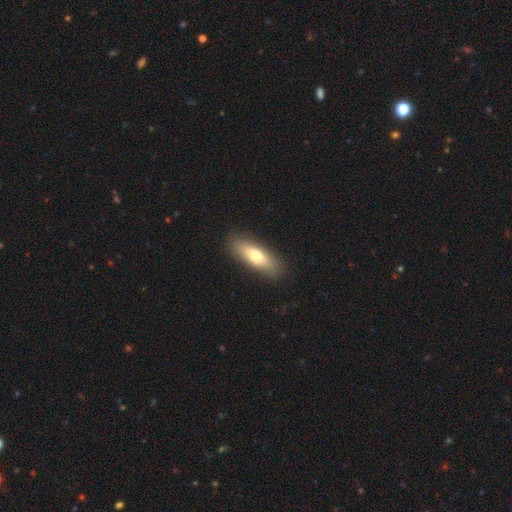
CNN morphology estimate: smooth 69%, featured or disk 24%, star or artifact 7%. Down the decision tree: how rounded — in between (60%); merging — none (87%).